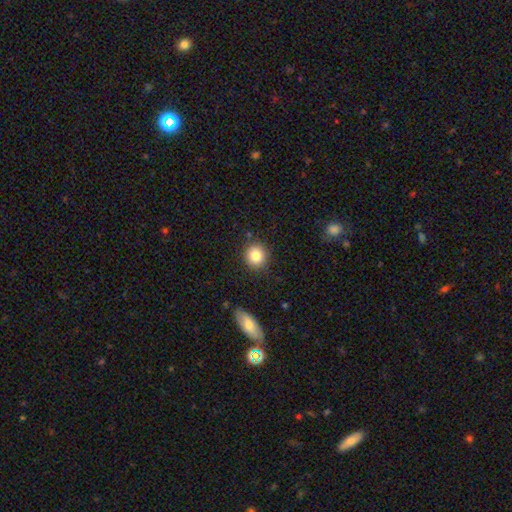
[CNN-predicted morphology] Smooth or featured? Predicted: smooth (p=0.83). How rounded? Predicted: round (p=0.88). Merging? Predicted: none (p=0.87).